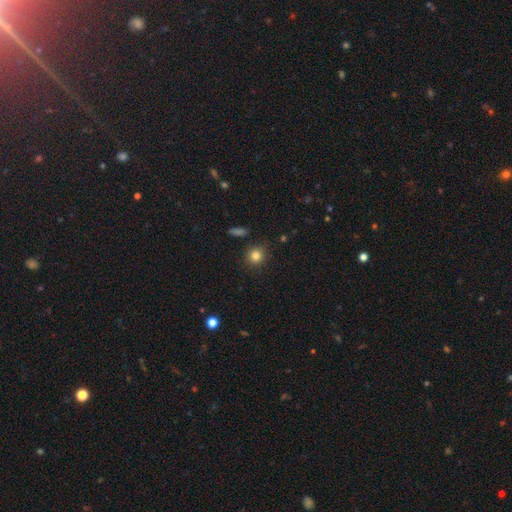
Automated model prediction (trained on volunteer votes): Smooth or featured? smooth (81%)
How rounded? round (90%)
Merging? none (85%)